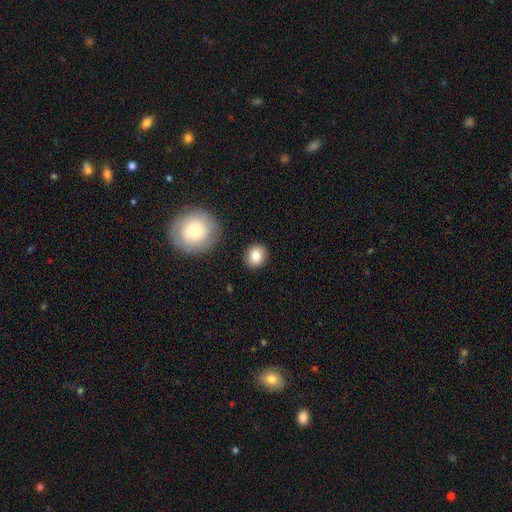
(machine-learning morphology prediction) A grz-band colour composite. It shows a smooth galaxy with no disk features (85%) that is round (74%). Merging: none (87%).